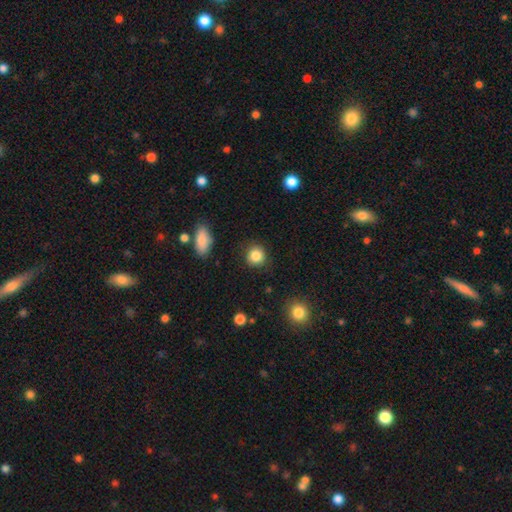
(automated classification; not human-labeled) This is clearly a smooth galaxy (86%). How rounded: clearly round (86%). Merging: clearly none (85%).